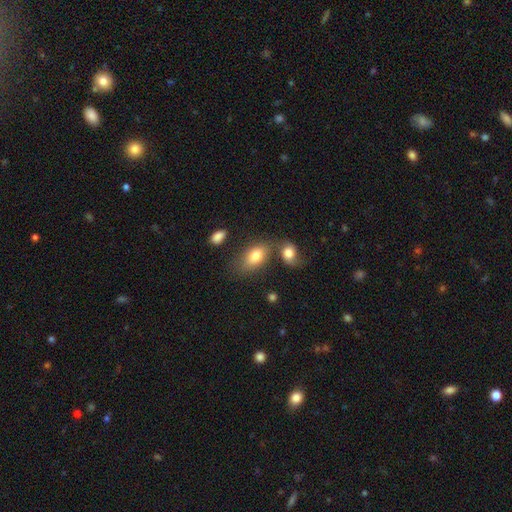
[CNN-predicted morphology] Q: Smooth or featured?
A: smooth (77%); runner-up: featured or disk (15%)
Q: How rounded?
A: in between (87%); runner-up: round (11%)
Q: Merging?
A: none (49%); runner-up: merger (30%)